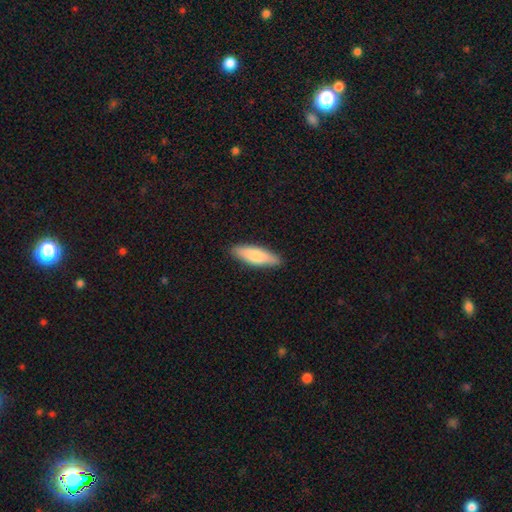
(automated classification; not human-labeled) smooth_or_featured: smooth (p=0.80) [alt: featured or disk p=0.15]
how_rounded: cigar-shaped (p=0.54) [alt: in between p=0.45]
merging: none (p=0.87) [alt: minor disturbance p=0.10]